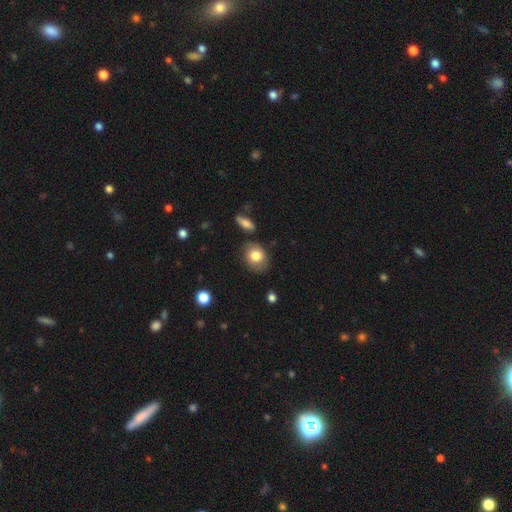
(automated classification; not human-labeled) This is likely a smooth galaxy (76%). How rounded: possibly round (50%). Merging: likely none (72%).